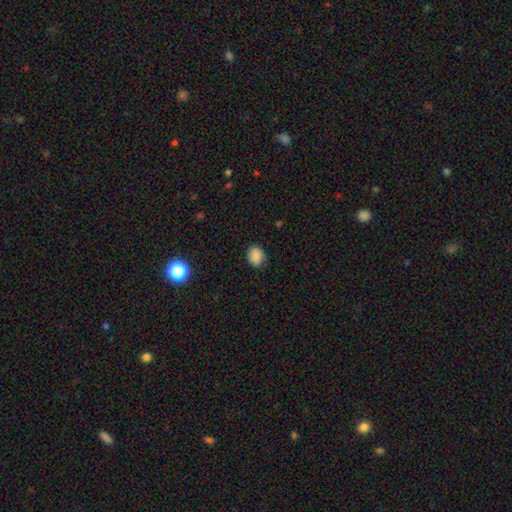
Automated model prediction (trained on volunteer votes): Smooth or featured? Predicted: smooth (p=0.85). How rounded? Predicted: round (p=0.60). Merging? Predicted: none (p=0.78).